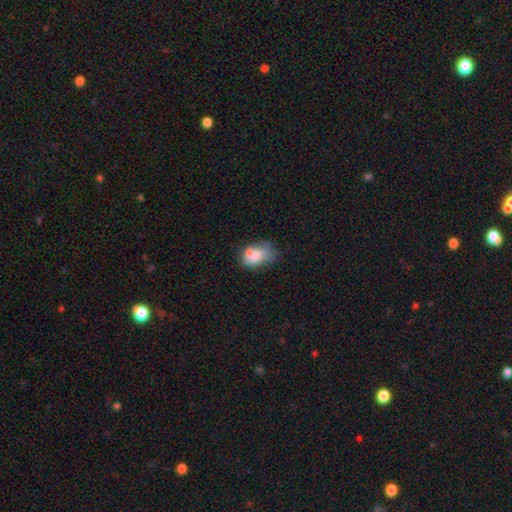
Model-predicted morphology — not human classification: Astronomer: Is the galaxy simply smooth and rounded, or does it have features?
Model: smooth — 72%.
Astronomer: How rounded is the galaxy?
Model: in between — 78%.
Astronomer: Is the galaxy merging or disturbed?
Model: none — 33% (runner-up: minor disturbance, 28%).